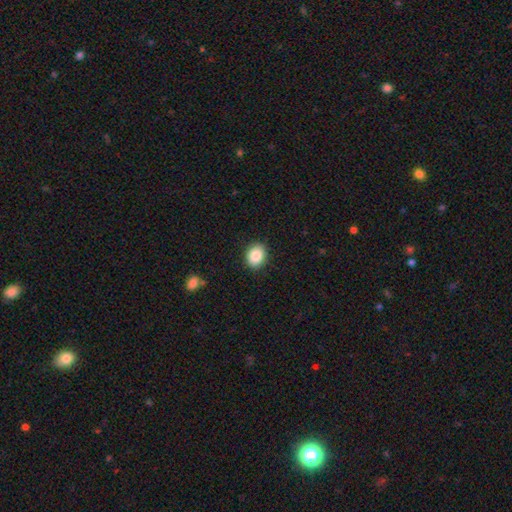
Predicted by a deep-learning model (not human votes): Smooth or featured?
  - smooth: 87% *
  - star or artifact: 8%
  - featured or disk: 5%
How rounded?
  - in between: 57% *
  - round: 42%
  - cigar-shaped: 1%
Merging?
  - none: 87% *
  - minor disturbance: 9%
  - major disturbance: 2%
  - merger: 1%